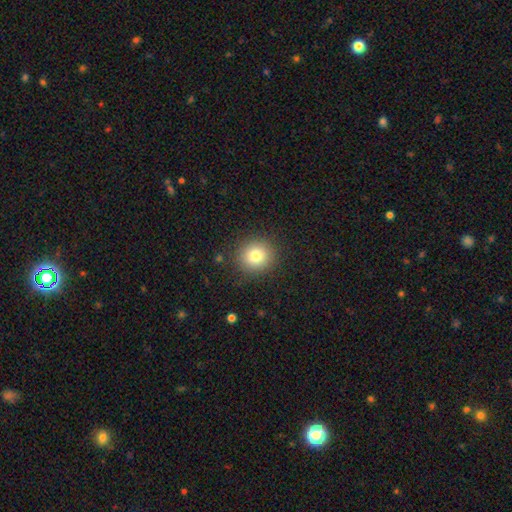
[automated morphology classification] This appears to be a smooth galaxy with no disk features (80%) that is round (89%). Merging: none (88%).